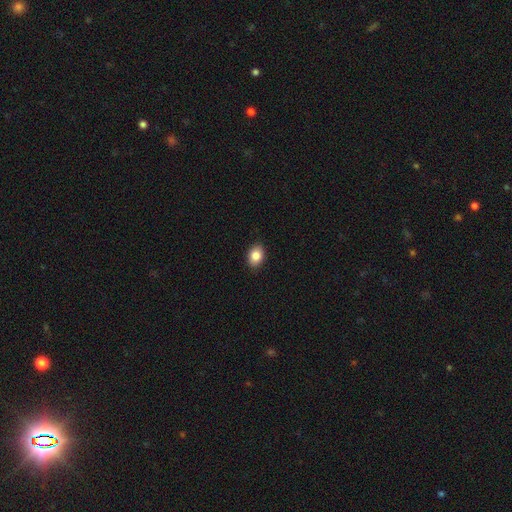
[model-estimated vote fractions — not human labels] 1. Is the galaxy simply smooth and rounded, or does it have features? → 85% smooth, 8% star or artifact, 6% featured or disk.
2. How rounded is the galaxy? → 73% in between, 26% round, 1% cigar-shaped.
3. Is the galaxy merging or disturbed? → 90% none, 7% minor disturbance, 2% major disturbance, 1% merger.